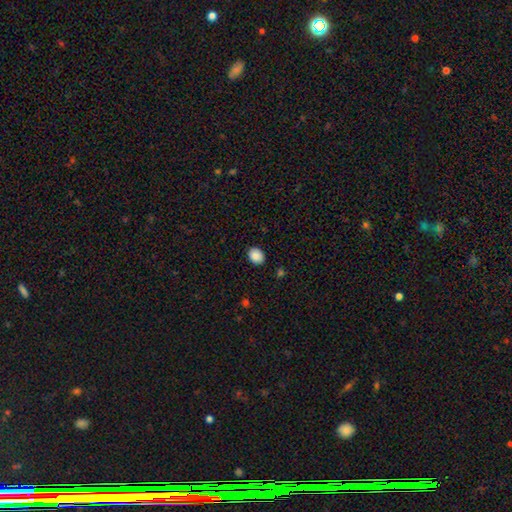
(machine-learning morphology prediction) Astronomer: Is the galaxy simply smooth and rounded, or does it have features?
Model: smooth — 89%.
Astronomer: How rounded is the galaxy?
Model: in between — 51% (runner-up: round, 48%).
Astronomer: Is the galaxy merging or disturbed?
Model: none — 89%.